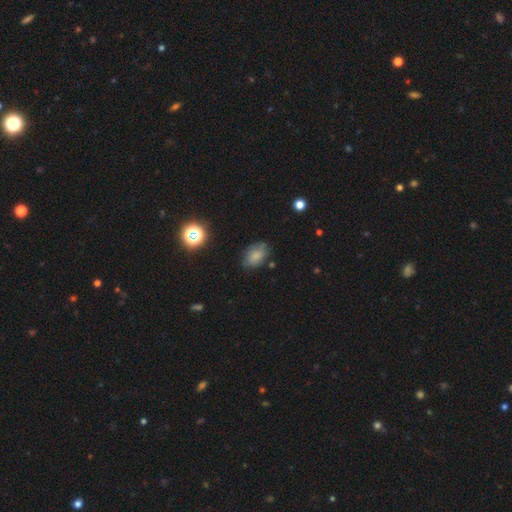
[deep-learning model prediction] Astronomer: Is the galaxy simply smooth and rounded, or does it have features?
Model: smooth — 78%.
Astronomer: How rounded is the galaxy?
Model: in between — 85%.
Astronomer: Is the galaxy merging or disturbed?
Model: none — 75%.